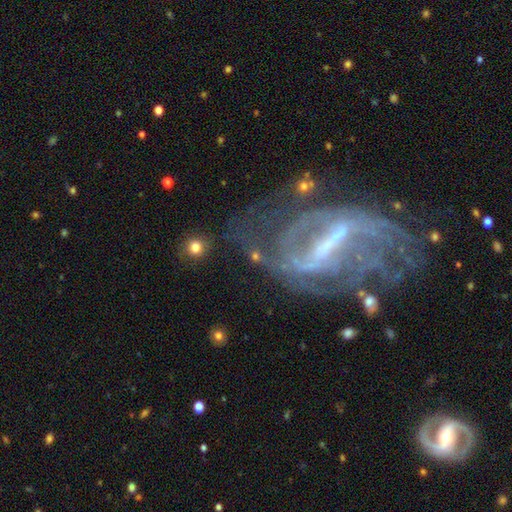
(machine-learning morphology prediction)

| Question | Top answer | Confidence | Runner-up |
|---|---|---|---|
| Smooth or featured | featured or disk | 58% | smooth (26%) |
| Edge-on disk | no | 91% | yes (9%) |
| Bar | strong | 37% | weak (32%) |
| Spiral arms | yes | 66% | no (34%) |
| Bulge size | small | 39% | moderate (35%) |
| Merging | none | 60% | major disturbance (17%) |